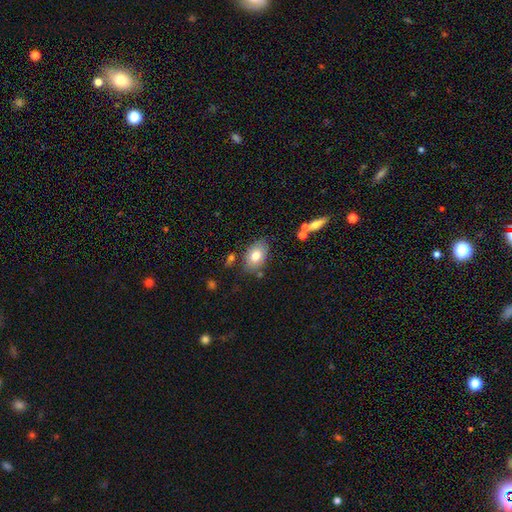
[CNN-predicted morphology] Smooth or featured? Predicted: smooth (p=0.77). How rounded? Predicted: in between (p=0.87). Merging? Predicted: none (p=0.76).